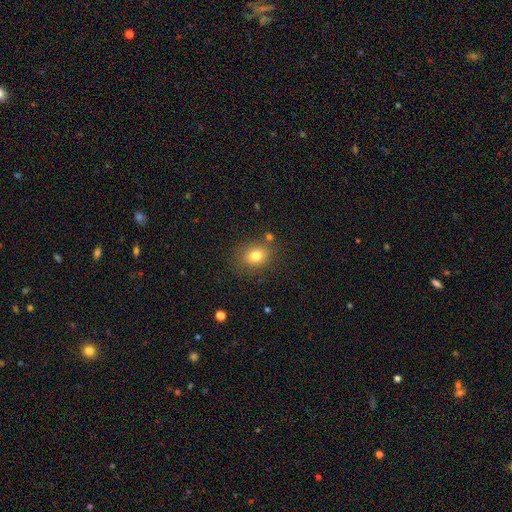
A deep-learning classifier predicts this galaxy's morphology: A smooth galaxy with no disk features (78%) that is round (50%). Merging: none (79%).